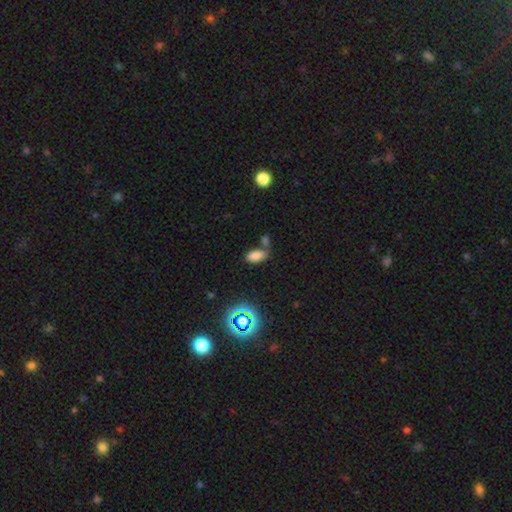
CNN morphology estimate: smooth_or_featured: smooth (p=0.77) [alt: star or artifact p=0.17]
how_rounded: in between (p=0.93) [alt: round p=0.04]
merging: none (p=0.54) [alt: merger p=0.26]